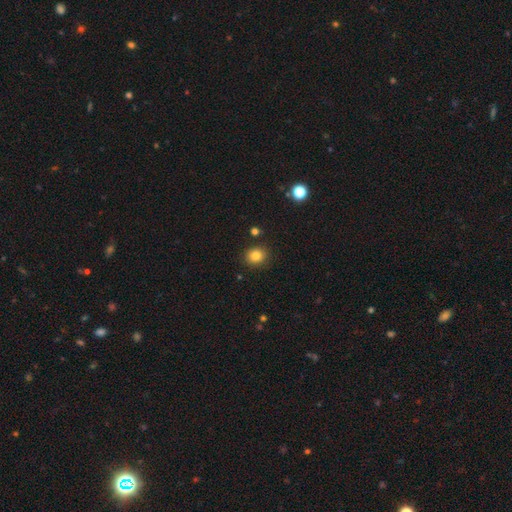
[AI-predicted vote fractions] smooth_or_featured: smooth (p=0.82) [alt: star or artifact p=0.12]
how_rounded: round (p=0.73) [alt: in between p=0.26]
merging: none (p=0.87) [alt: minor disturbance p=0.08]